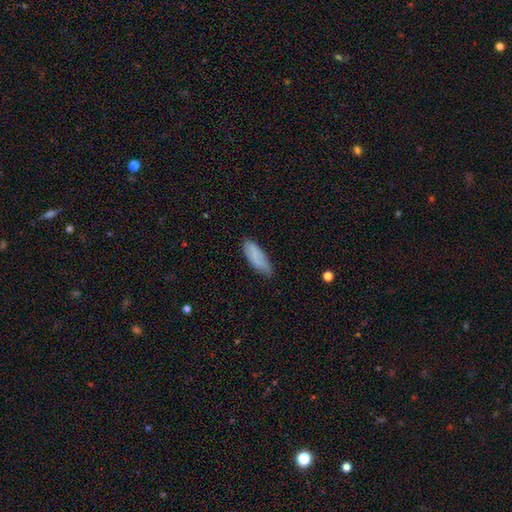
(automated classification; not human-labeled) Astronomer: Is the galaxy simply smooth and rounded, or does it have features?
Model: smooth — 79%.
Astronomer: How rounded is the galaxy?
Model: in between — 65%.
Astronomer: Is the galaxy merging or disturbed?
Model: none — 69%.